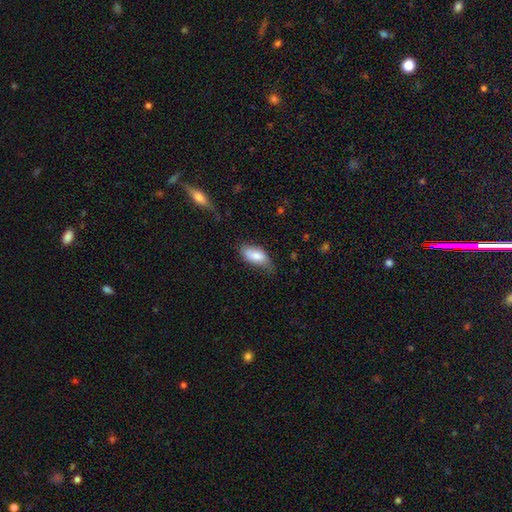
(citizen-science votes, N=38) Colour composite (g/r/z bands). It shows a smooth galaxy with no disk features (87%) that is in between round and cigar-shaped (100%). Merging: none (62%).